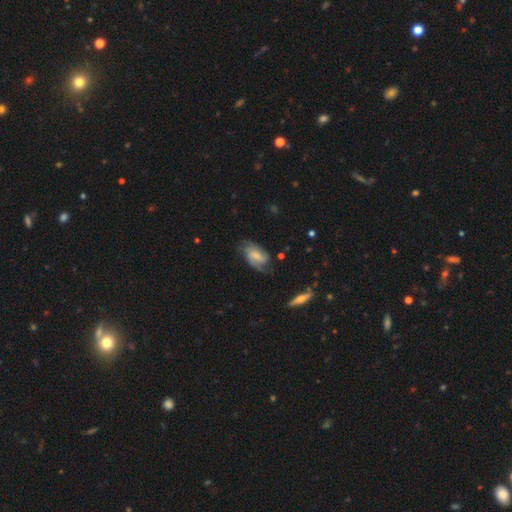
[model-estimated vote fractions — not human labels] This appears to be a featured or disk galaxy (61%) with a weak bar (47%), 2 (59%) medium (44%) spiral arms (90%) and a small central bulge (32%). Merging: none (60%).